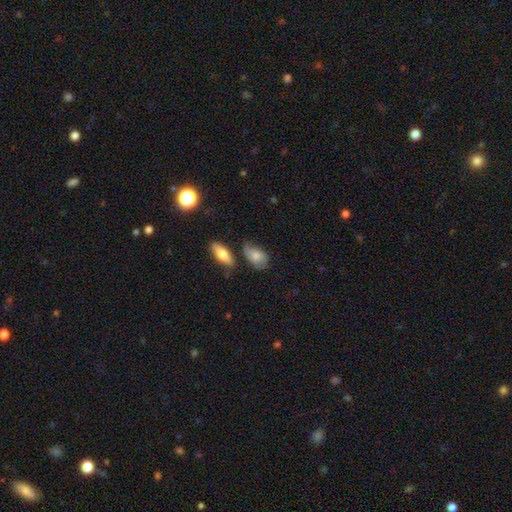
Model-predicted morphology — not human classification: type=smooth (73%); roundness=in between (86%); merging=none (44%).